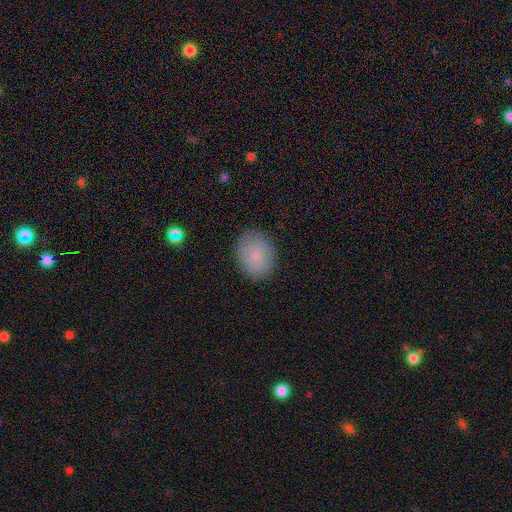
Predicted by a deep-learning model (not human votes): A smooth galaxy with no disk features (71%) that is in between round and cigar-shaped (57%).

Vote fractions:
- Smooth or featured? smooth: 71% / featured or disk: 21% / star or artifact: 8%
- How rounded? in between: 57% / round: 42% / cigar-shaped: 1%
- Merging? none: 84% / minor disturbance: 12% / major disturbance: 3% / merger: 1%